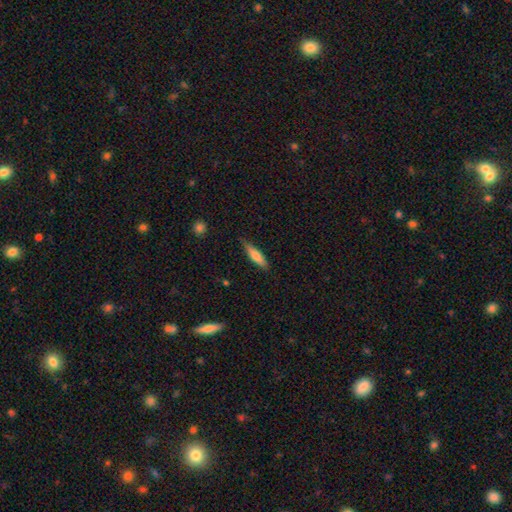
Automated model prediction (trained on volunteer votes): This appears to be a smooth galaxy with no disk features (73%) that is cigar-shaped (74%). Merging: none (81%).